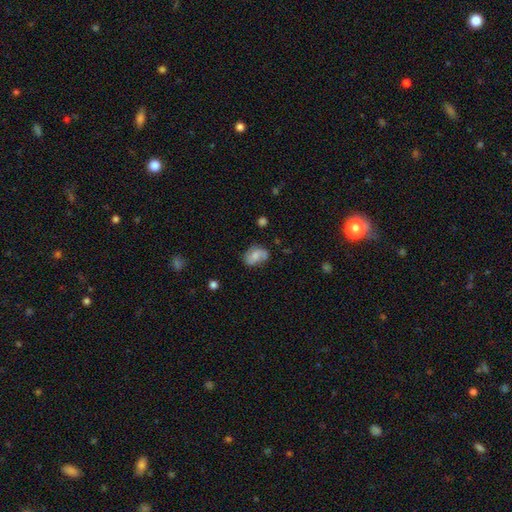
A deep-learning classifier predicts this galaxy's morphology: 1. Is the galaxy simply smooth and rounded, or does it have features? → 49% smooth, 42% featured or disk, 9% star or artifact.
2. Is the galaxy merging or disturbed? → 62% none, 26% minor disturbance, 9% major disturbance, 4% merger.